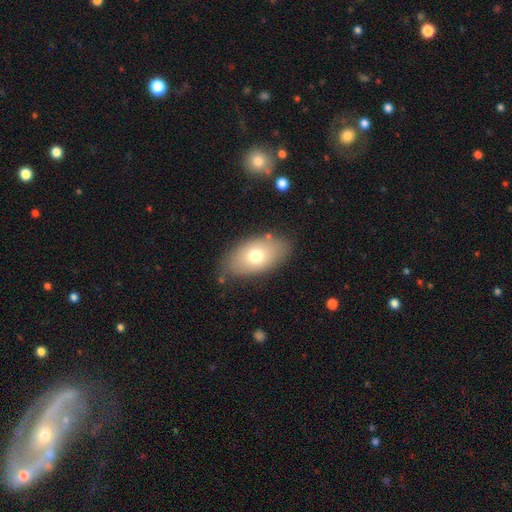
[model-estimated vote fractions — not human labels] Smooth or featured? Predicted: smooth (p=0.71). How rounded? Predicted: in between (p=0.91). Merging? Predicted: none (p=0.78).